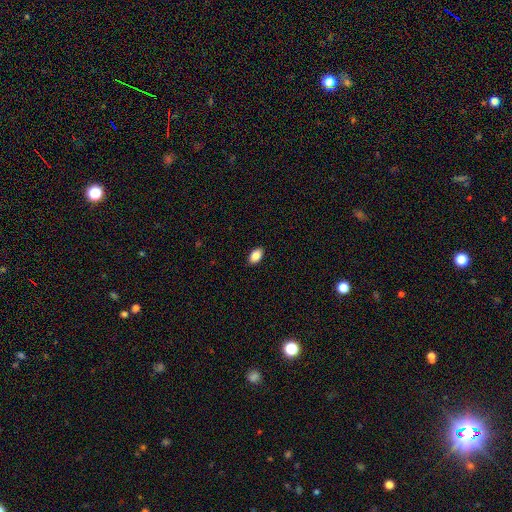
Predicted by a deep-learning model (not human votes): Smooth or featured?
  - smooth: 87% *
  - star or artifact: 8%
  - featured or disk: 5%
How rounded?
  - in between: 91% *
  - round: 7%
  - cigar-shaped: 1%
Merging?
  - none: 90% *
  - minor disturbance: 8%
  - major disturbance: 2%
  - merger: 1%